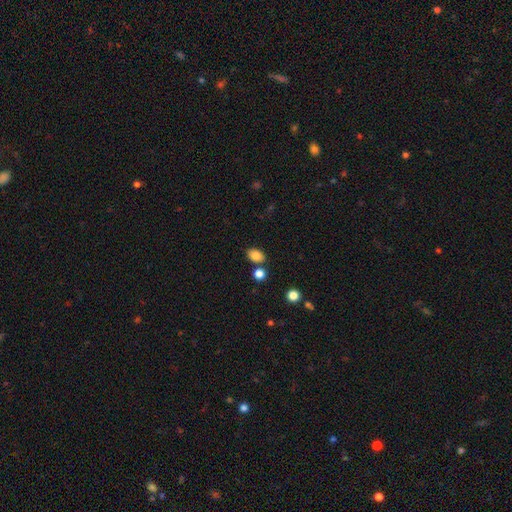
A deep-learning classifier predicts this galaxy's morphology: Overall: smooth (84%). How rounded: in between (74%). Merging: none (75%).